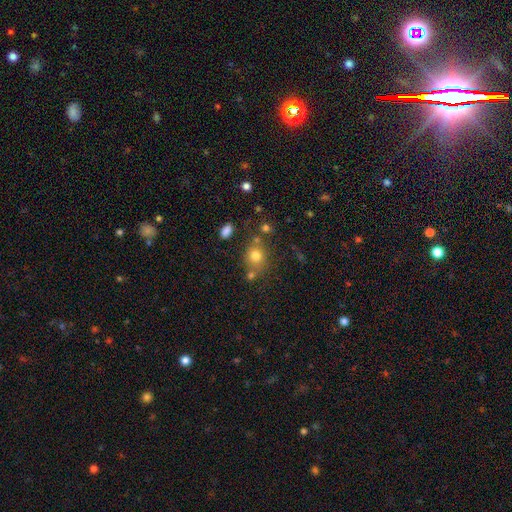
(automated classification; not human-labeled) Smooth or featured? Predicted: smooth (p=0.75). How rounded? Predicted: round (p=0.73). Merging? Predicted: none (p=0.65).